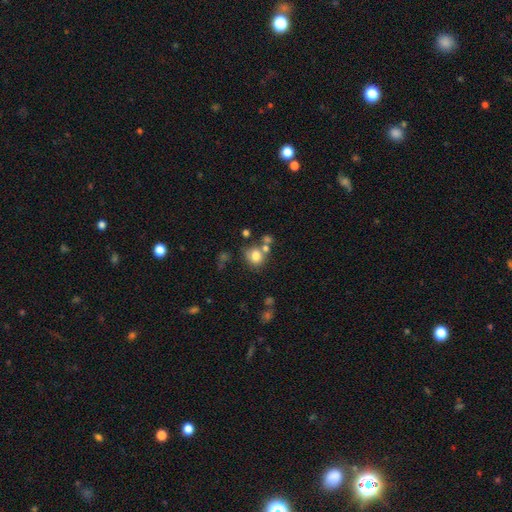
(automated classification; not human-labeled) This is likely a smooth galaxy (77%). How rounded: likely round (71%). Merging: possibly none (55%).